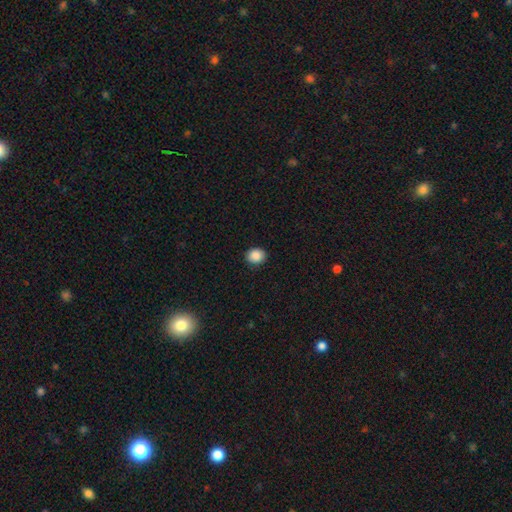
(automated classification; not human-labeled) The model was most divided on "how rounded": round: 67%, in between: 32%, cigar-shaped: 1%. More confident: merging — none (89%); smooth or featured — smooth (89%).